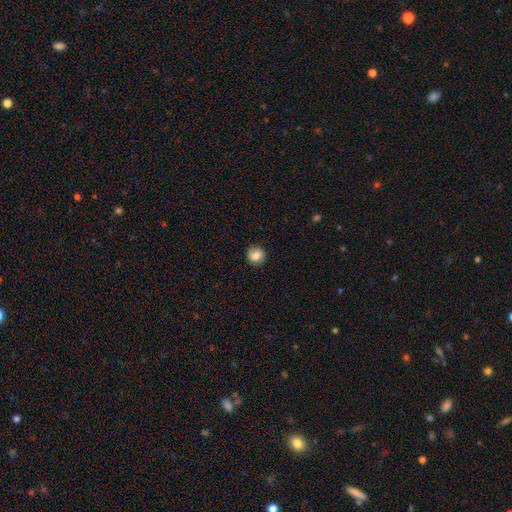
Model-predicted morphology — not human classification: This is clearly a smooth galaxy (81%). How rounded: clearly round (92%). Merging: clearly none (89%).